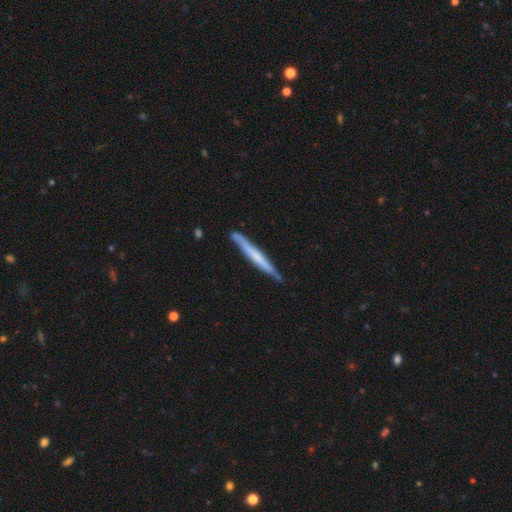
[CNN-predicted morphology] Q: Smooth or featured?
A: featured or disk (48%); runner-up: smooth (47%)
Q: Merging?
A: none (84%); runner-up: minor disturbance (13%)